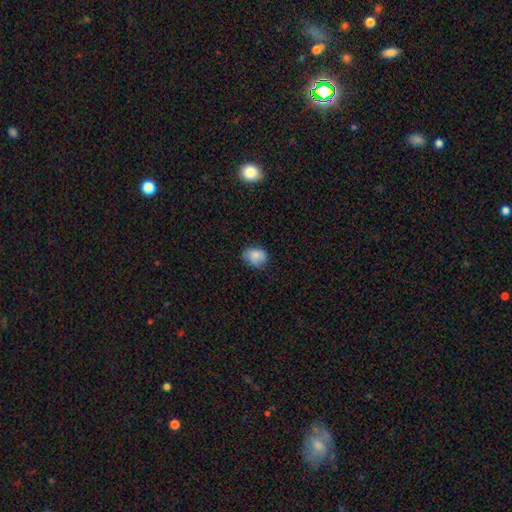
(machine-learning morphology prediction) Smooth or featured? smooth (83%)
How rounded? in between (52%)
Merging? none (68%)